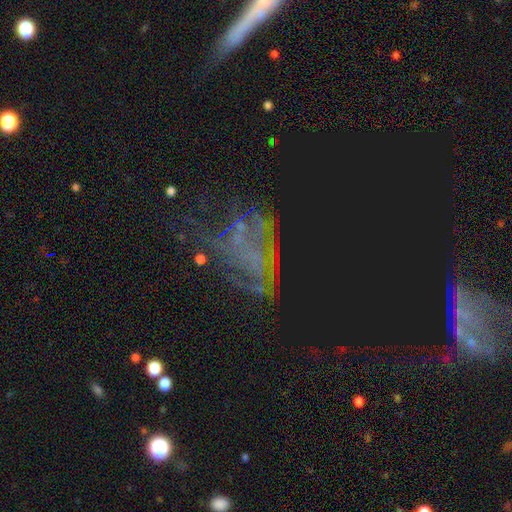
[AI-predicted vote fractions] Smooth or featured? Predicted: featured or disk (p=0.46). Merging? Predicted: major disturbance (p=0.38, tied with none).